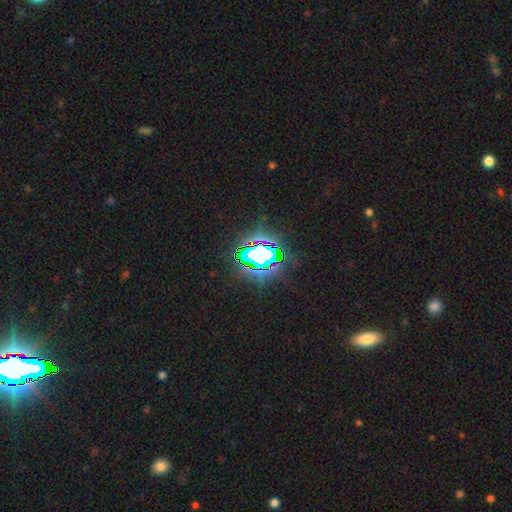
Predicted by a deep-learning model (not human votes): The model was most divided on "smooth or featured": star or artifact: 72%, smooth: 15%, featured or disk: 13%.